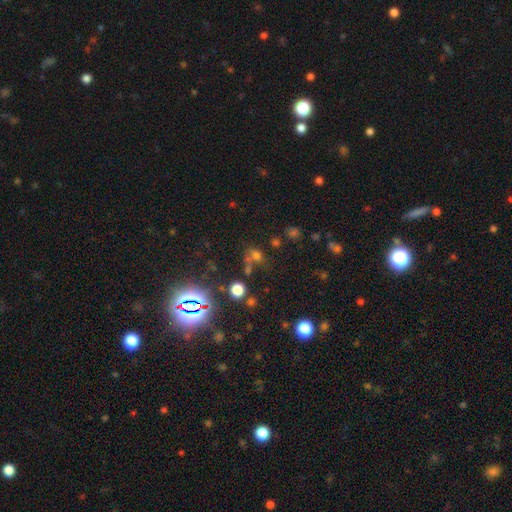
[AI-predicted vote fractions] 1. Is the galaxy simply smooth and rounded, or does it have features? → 57% smooth, 32% star or artifact, 11% featured or disk.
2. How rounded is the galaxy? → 51% round, 47% in between, 2% cigar-shaped.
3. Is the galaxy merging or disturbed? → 48% none, 29% merger, 13% minor disturbance, 10% major disturbance.